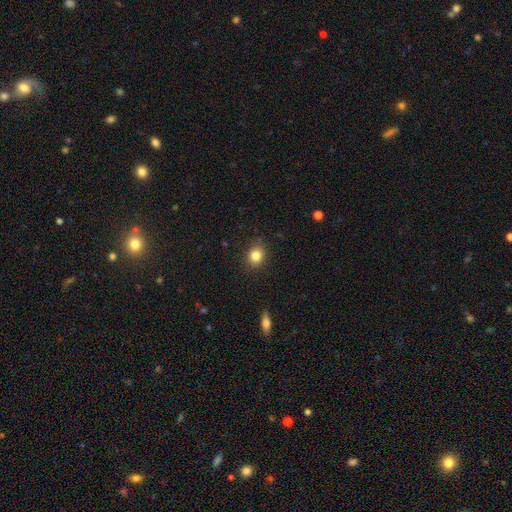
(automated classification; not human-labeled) Q: Smooth or featured?
A: smooth (84%); runner-up: star or artifact (11%)
Q: How rounded?
A: round (69%); runner-up: in between (30%)
Q: Merging?
A: none (86%); runner-up: minor disturbance (10%)